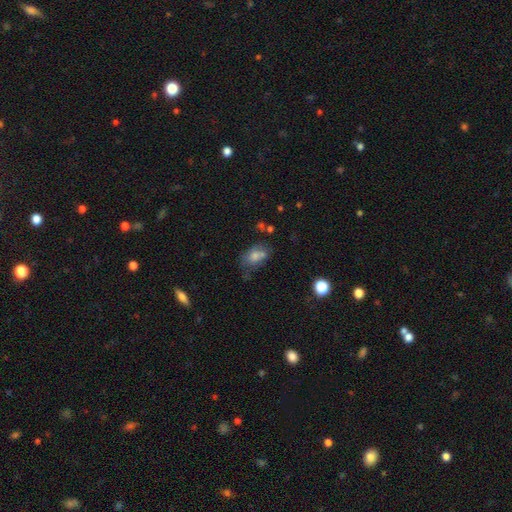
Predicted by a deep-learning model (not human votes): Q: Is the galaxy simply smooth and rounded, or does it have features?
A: smooth — 70%.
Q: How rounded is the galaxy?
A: in between — 78%.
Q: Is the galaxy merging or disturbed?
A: none — 43%.